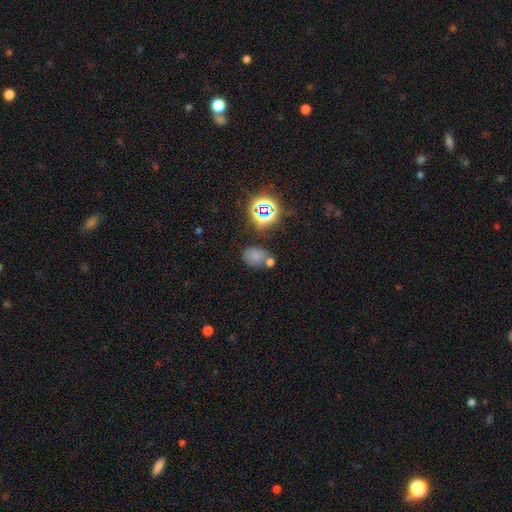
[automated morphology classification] smooth_or_featured: smooth (p=0.66) [alt: star or artifact p=0.25]
how_rounded: in between (p=0.61) [alt: round p=0.38]
merging: none (p=0.52) [alt: merger p=0.25]